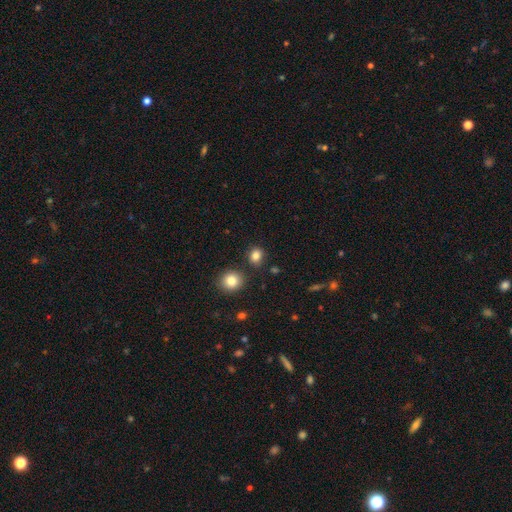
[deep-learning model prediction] smooth-or-featured: smooth: 83% | star or artifact: 12% | featured or disk: 5%
  how-rounded: round: 73% | in between: 26% | cigar-shaped: 1%
  merging: none: 82% | minor disturbance: 9% | merger: 6% | major disturbance: 3%